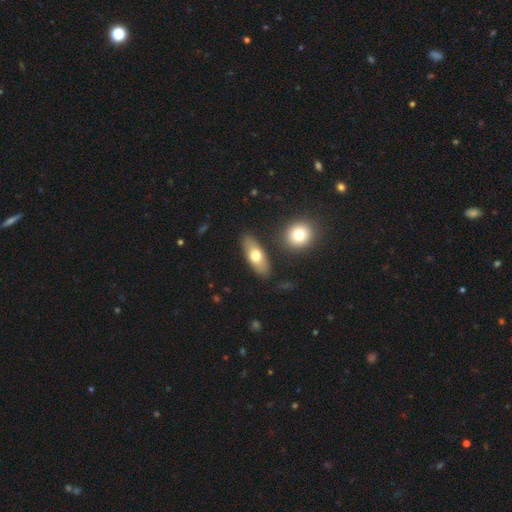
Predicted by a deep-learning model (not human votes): Smooth or featured: smooth — 66% (featured or disk — 29%)
How rounded: in between — 73% (cigar-shaped — 22%)
Merging: none — 83% (minor disturbance — 10%)